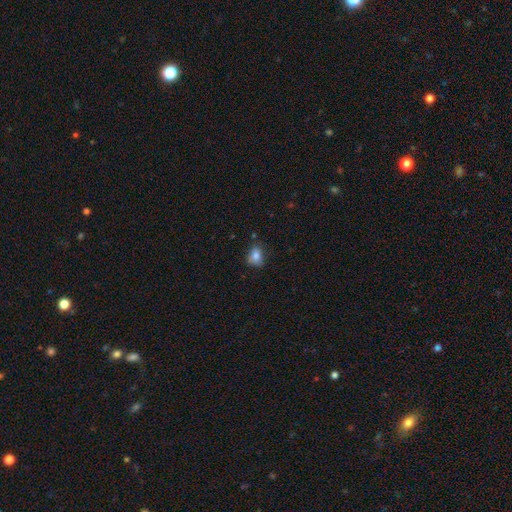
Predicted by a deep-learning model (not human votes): smooth_or_featured: smooth (p=0.82) [alt: star or artifact p=0.10]
how_rounded: in between (p=0.64) [alt: round p=0.34]
merging: none (p=0.67) [alt: minor disturbance p=0.25]